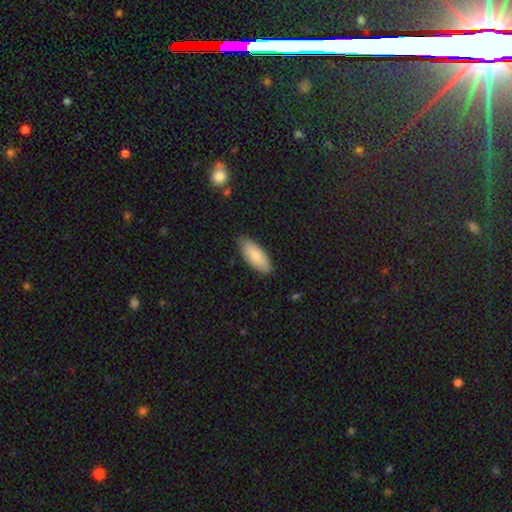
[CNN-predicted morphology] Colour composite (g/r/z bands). It shows a smooth galaxy with no disk features (82%) that is in between round and cigar-shaped (83%). Merging: none (81%).